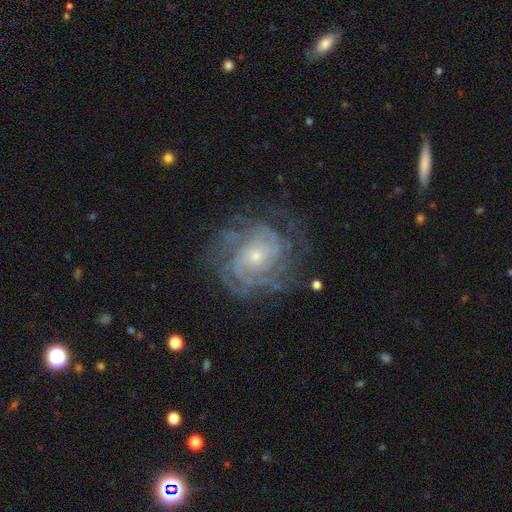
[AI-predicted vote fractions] featured or disk 86%, smooth 7%, star or artifact 7%. Down the decision tree: edge-on disk — no (97%); bar — no (75%); spiral arms — yes (95%); spiral arm count — can't tell (34%); spiral winding — tight (68%); bulge size — small (71%); merging — none (70%).